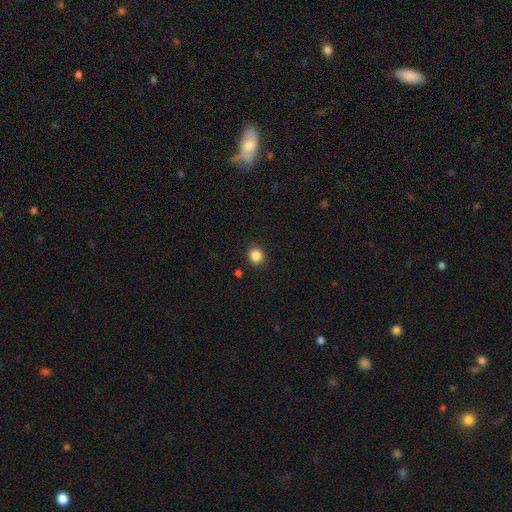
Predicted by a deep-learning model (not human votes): The model was most divided on "how rounded": round: 81%, in between: 18%, cigar-shaped: 1%. More confident: merging — none (88%); smooth or featured — smooth (86%).